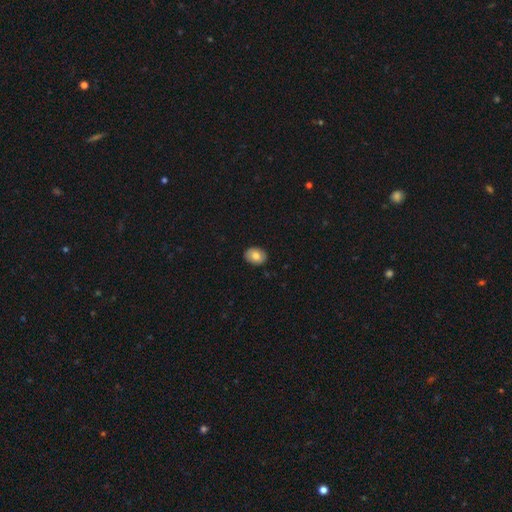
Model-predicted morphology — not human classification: Smooth or featured? smooth (80%)
How rounded? in between (67%)
Merging? none (90%)